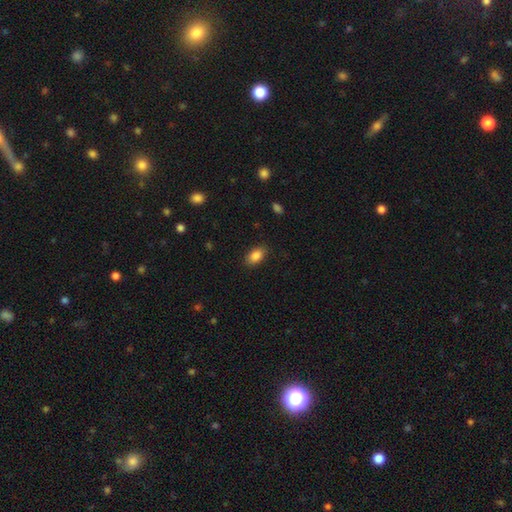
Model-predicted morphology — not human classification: A smooth galaxy with no disk features (87%) that is in between round and cigar-shaped (90%).

Vote fractions:
- Smooth or featured? smooth: 87% / star or artifact: 8% / featured or disk: 5%
- How rounded? in between: 90% / round: 8% / cigar-shaped: 2%
- Merging? none: 86% / minor disturbance: 10% / major disturbance: 3% / merger: 1%